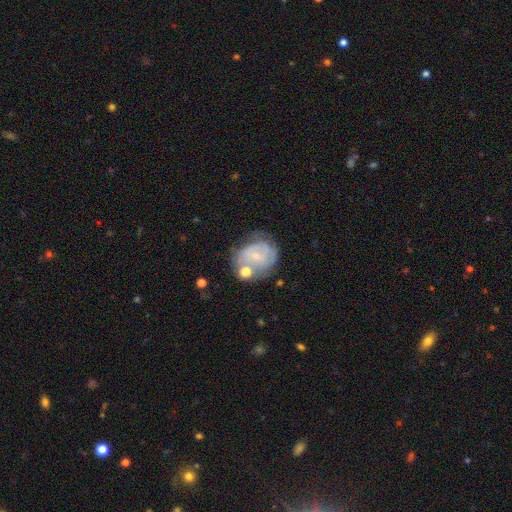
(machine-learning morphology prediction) This appears to be a featured or disk galaxy (59%) with no bar (61%), spiral arms (65%) and a small central bulge (67%). Merging: none (44%).